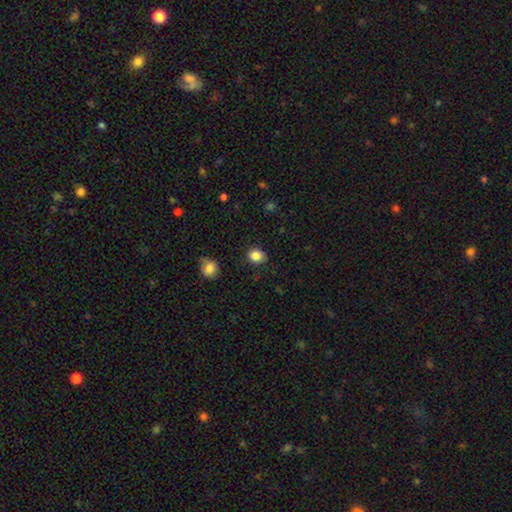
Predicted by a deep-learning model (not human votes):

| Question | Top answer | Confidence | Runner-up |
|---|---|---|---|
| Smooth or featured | smooth | 86% | star or artifact (10%) |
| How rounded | round | 65% | in between (34%) |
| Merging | none | 85% | minor disturbance (10%) |